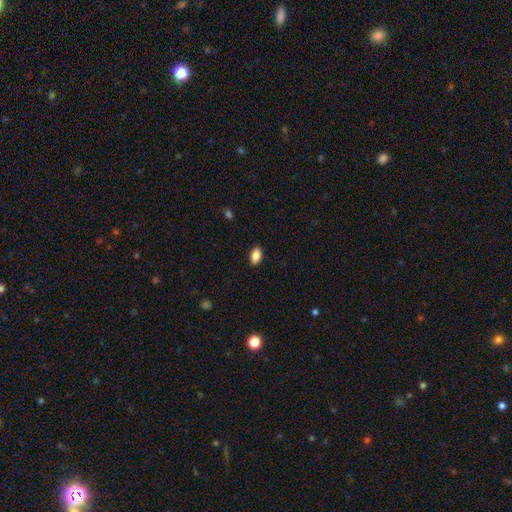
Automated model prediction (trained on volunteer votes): This appears to be a smooth galaxy with no disk features (86%) that is in between round and cigar-shaped (90%). Merging: none (88%).